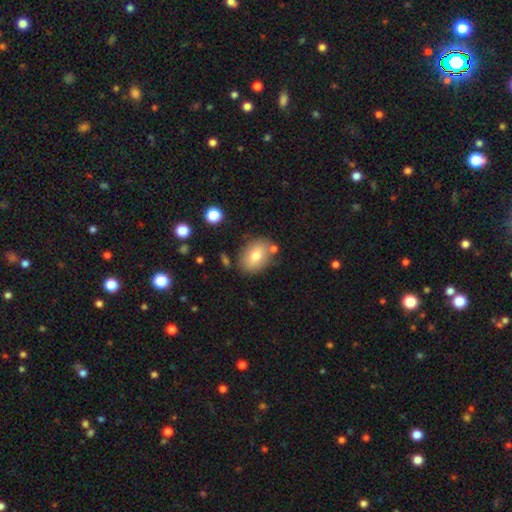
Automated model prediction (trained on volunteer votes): Q: Smooth or featured?
A: smooth (74%); runner-up: featured or disk (17%)
Q: How rounded?
A: in between (74%); runner-up: round (25%)
Q: Merging?
A: none (78%); runner-up: minor disturbance (12%)